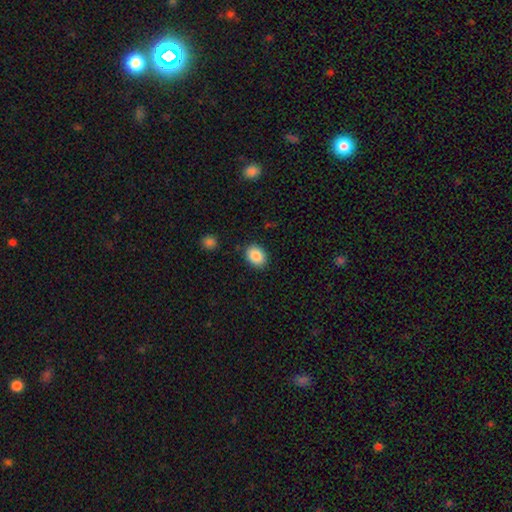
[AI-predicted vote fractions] Morphology: type=smooth (88%); roundness=in between (58%); merging=none (85%).